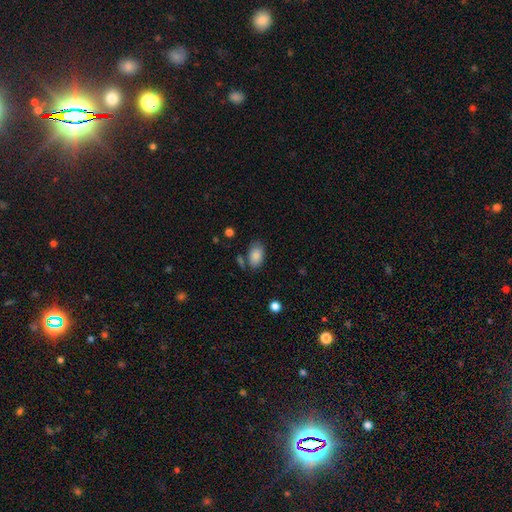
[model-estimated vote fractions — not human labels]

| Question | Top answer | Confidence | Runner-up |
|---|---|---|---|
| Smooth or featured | smooth | 87% | star or artifact (7%) |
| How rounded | in between | 91% | round (7%) |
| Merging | none | 70% | minor disturbance (17%) |